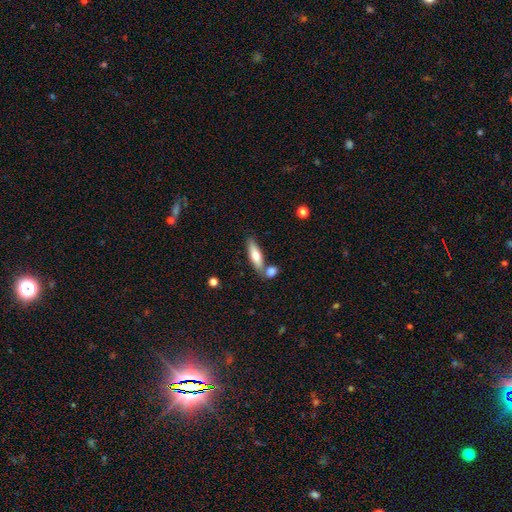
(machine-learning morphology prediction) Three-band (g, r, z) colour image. It shows a smooth galaxy with no disk features (71%) that is cigar-shaped (52%). Merging: none (59%).